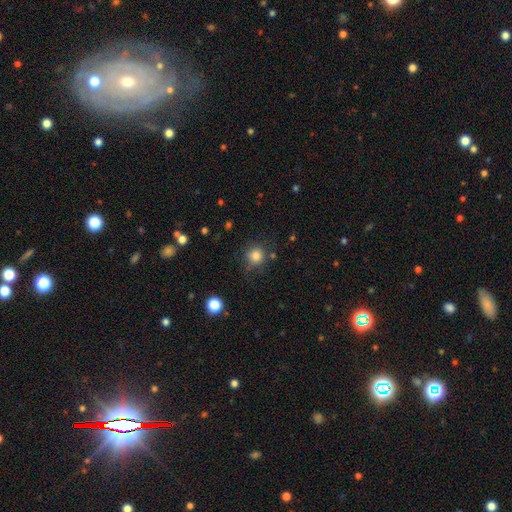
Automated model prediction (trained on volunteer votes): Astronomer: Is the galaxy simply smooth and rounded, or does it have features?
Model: smooth — 83%.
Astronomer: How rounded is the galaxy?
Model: round — 91%.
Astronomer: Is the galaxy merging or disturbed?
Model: none — 79%.